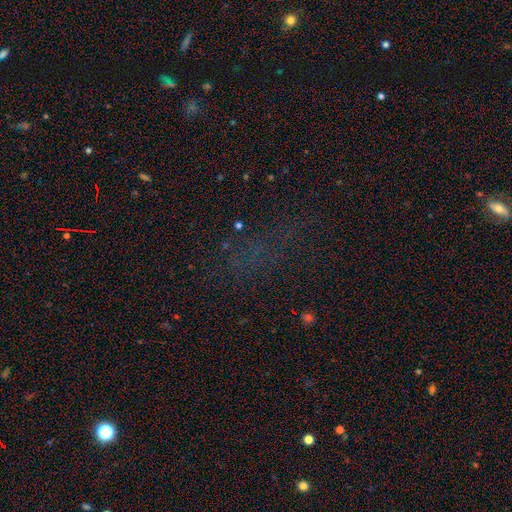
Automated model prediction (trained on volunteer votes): smooth_or_featured: star or artifact (p=0.58) [alt: smooth p=0.28]